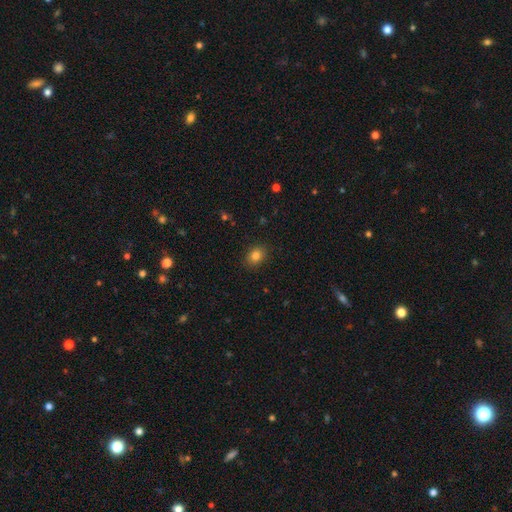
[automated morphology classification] Smooth or featured? smooth (83%)
How rounded? in between (57%)
Merging? none (88%)